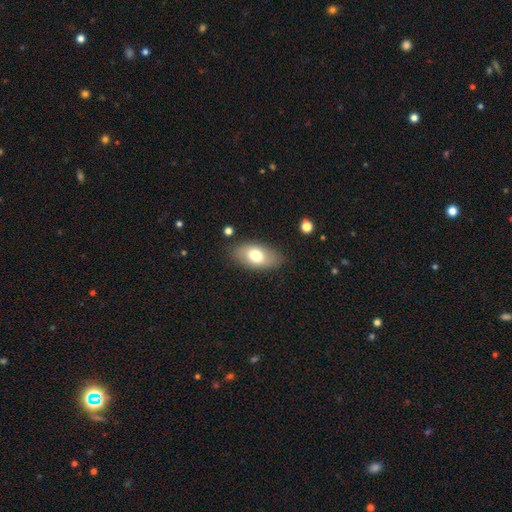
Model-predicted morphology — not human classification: A smooth galaxy with no disk features (71%) that is in between round and cigar-shaped (92%).

Vote fractions:
- Smooth or featured? smooth: 71% / featured or disk: 22% / star or artifact: 7%
- How rounded? in between: 92% / round: 5% / cigar-shaped: 3%
- Merging? none: 82% / minor disturbance: 13% / major disturbance: 3% / merger: 2%